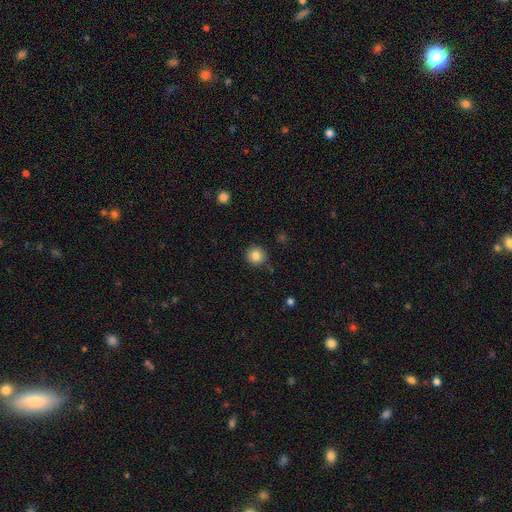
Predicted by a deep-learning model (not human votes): smooth 84%, star or artifact 10%, featured or disk 6%. Down the decision tree: how rounded — round (93%); merging — none (88%).